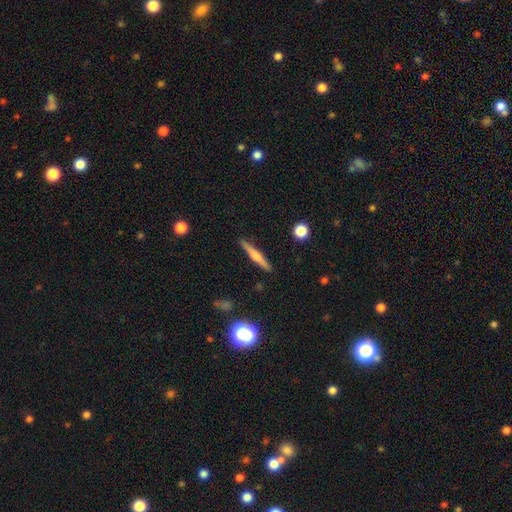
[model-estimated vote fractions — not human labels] smooth_or_featured: featured or disk (p=0.53) [alt: smooth p=0.41]
disk_edge_on: yes (p=0.97) [alt: no p=0.03]
edge_on_bulge: rounded (p=0.81) [alt: none p=0.12]
merging: none (p=0.90) [alt: minor disturbance p=0.07]